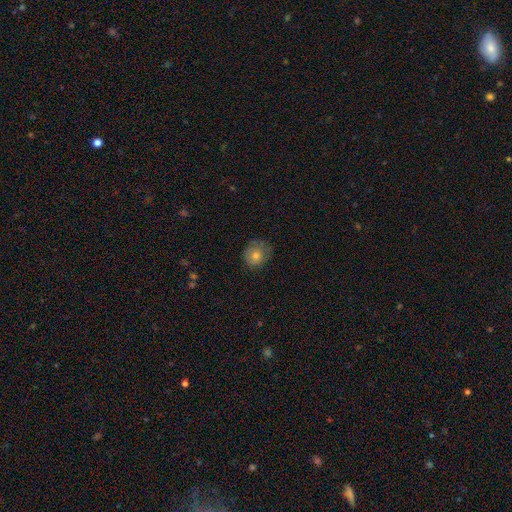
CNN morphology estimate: Smooth or featured: smooth — 70% (featured or disk — 18%)
How rounded: round — 78% (in between — 21%)
Merging: none — 72% (minor disturbance — 21%)